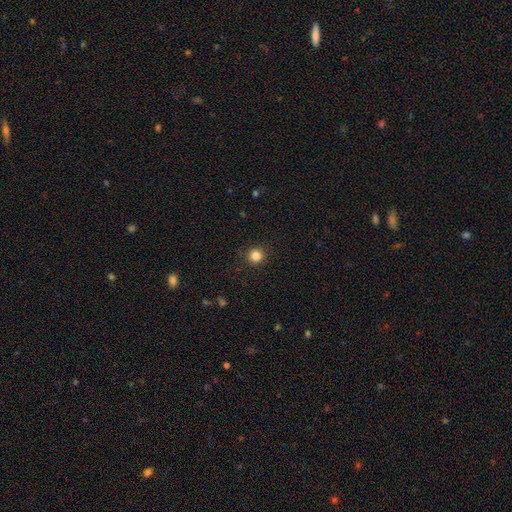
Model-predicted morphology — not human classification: A smooth galaxy with no disk features (84%) that is round (94%).

Vote fractions:
- Smooth or featured? smooth: 84% / star or artifact: 12% / featured or disk: 4%
- How rounded? round: 94% / in between: 5% / cigar-shaped: 1%
- Merging? none: 90% / minor disturbance: 7% / major disturbance: 2% / merger: 1%